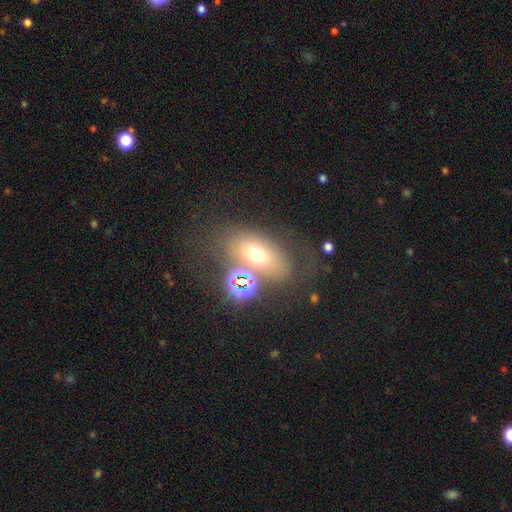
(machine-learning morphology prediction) This is possibly a smooth galaxy (59%). How rounded: likely in between (75%). Merging: possibly none (58%).